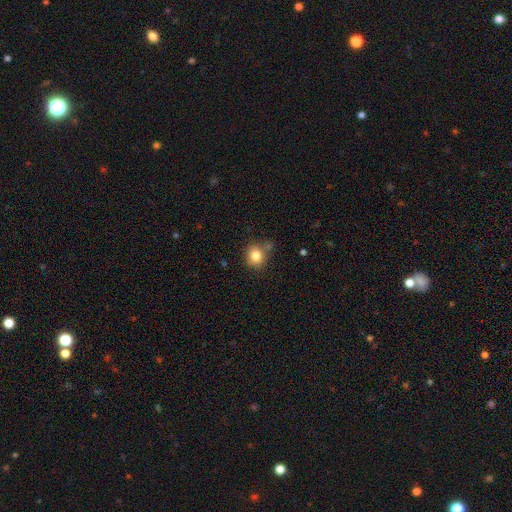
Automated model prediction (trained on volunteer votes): smooth 83%, star or artifact 10%, featured or disk 7%. Down the decision tree: how rounded — round (83%); merging — none (71%).